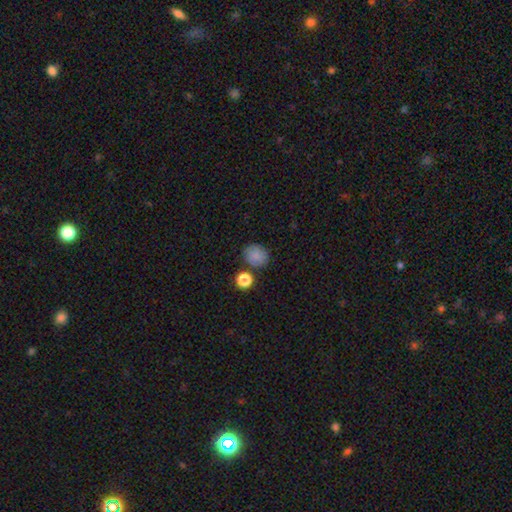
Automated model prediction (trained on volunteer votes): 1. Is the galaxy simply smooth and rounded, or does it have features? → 84% smooth, 10% star or artifact, 6% featured or disk.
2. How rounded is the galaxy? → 65% round, 34% in between, 1% cigar-shaped.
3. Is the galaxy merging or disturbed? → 77% none, 12% minor disturbance, 8% merger, 3% major disturbance.